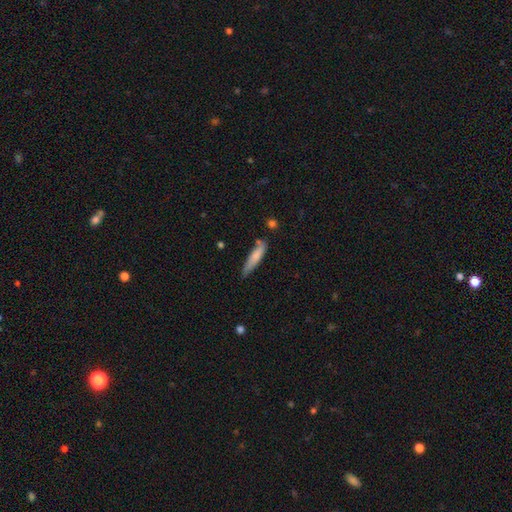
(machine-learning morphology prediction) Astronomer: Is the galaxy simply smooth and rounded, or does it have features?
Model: smooth — 75%.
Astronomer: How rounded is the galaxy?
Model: cigar-shaped — 80%.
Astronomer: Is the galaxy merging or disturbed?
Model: none — 61%.